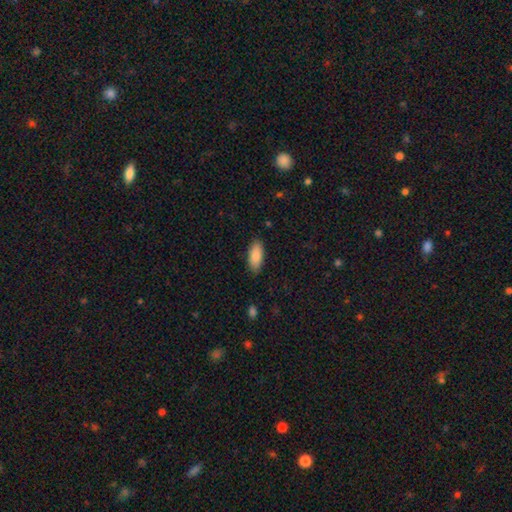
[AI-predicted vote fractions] Smooth or featured?
  - smooth: 88% *
  - featured or disk: 6%
  - star or artifact: 6%
How rounded?
  - in between: 85% *
  - cigar-shaped: 13%
  - round: 2%
Merging?
  - none: 87% *
  - minor disturbance: 10%
  - major disturbance: 2%
  - merger: 1%